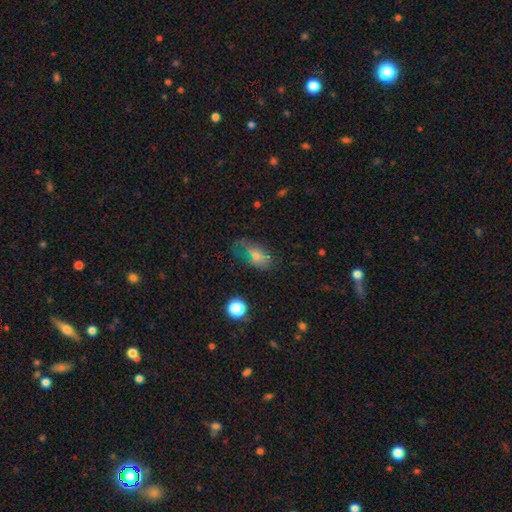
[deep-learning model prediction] smooth_or_featured: smooth (p=0.51) [alt: featured or disk p=0.31]
how_rounded: in between (p=0.83) [alt: round p=0.10]
merging: none (p=0.49) [alt: minor disturbance p=0.27]